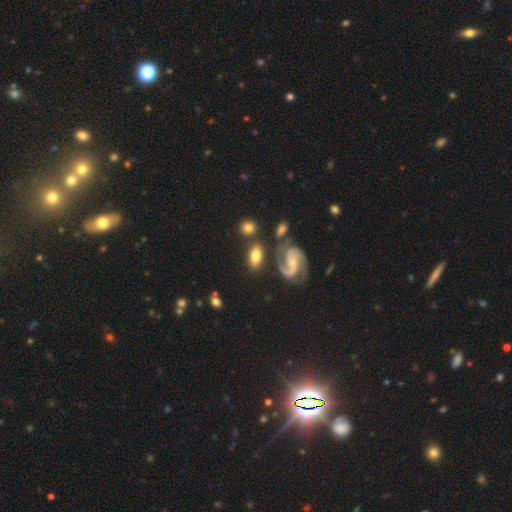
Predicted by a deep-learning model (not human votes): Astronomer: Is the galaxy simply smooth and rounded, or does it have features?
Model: smooth — 55% (runner-up: featured or disk, 37%).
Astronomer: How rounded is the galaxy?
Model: in between — 86%.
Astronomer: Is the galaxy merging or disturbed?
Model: none — 65%.